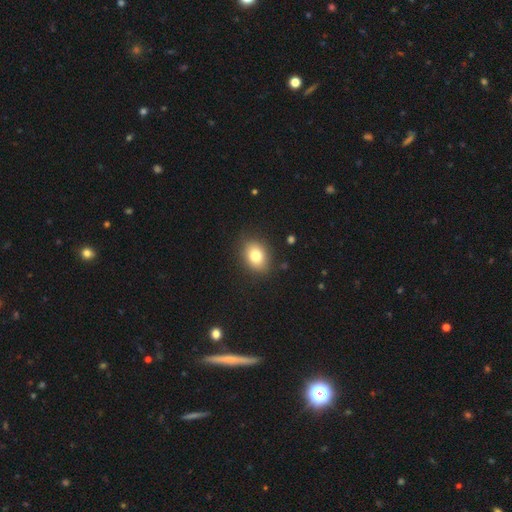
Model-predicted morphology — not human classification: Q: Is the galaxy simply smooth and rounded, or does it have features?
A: smooth — 80%.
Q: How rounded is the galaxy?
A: in between — 65%.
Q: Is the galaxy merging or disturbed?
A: none — 86%.